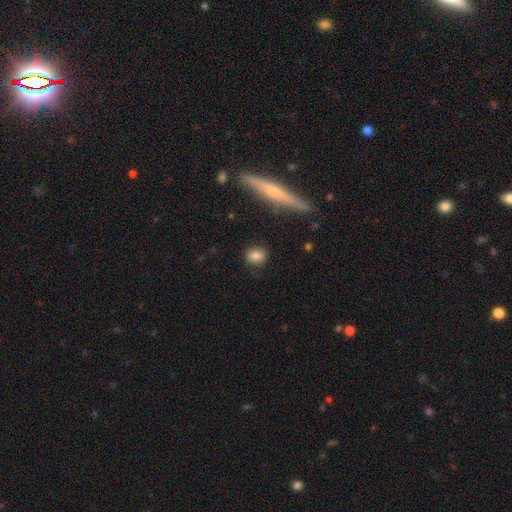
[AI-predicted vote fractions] Smooth or featured? smooth (81%)
How rounded? round (61%)
Merging? none (87%)